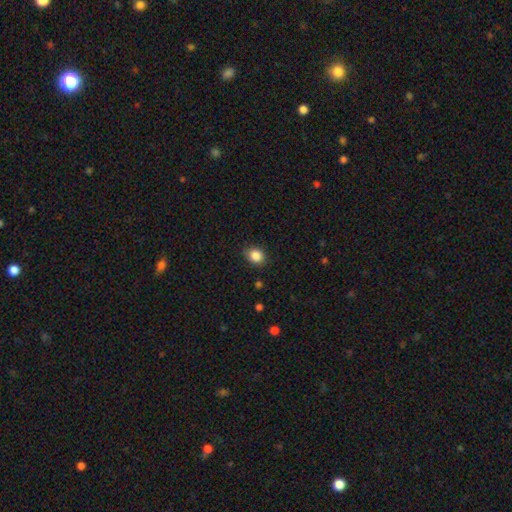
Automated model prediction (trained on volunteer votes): smooth-or-featured: smooth: 86% | star or artifact: 10% | featured or disk: 4%
  how-rounded: round: 58% | in between: 41% | cigar-shaped: 1%
  merging: none: 85% | minor disturbance: 11% | major disturbance: 2% | merger: 1%